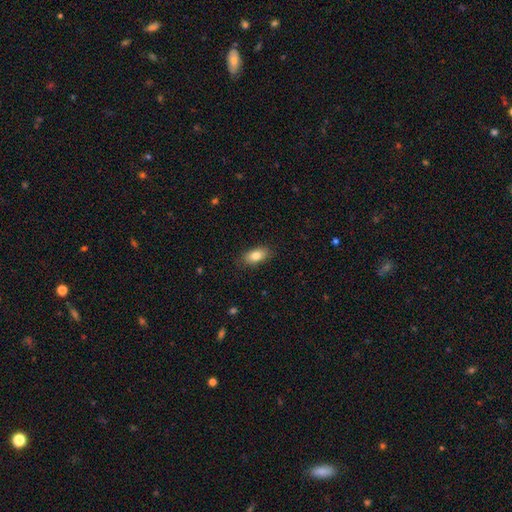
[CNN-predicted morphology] Smooth or featured? smooth (82%)
How rounded? in between (89%)
Merging? none (85%)